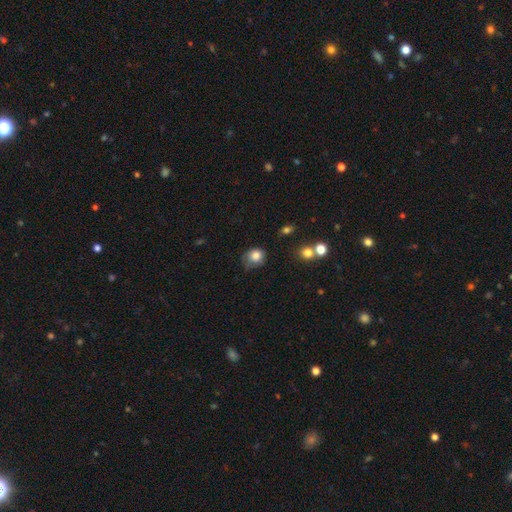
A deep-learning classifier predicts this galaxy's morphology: Smooth or featured?
  - smooth: 81% *
  - star or artifact: 10%
  - featured or disk: 9%
How rounded?
  - round: 73% *
  - in between: 26%
  - cigar-shaped: 1%
Merging?
  - none: 52% *
  - minor disturbance: 34%
  - major disturbance: 11%
  - merger: 3%